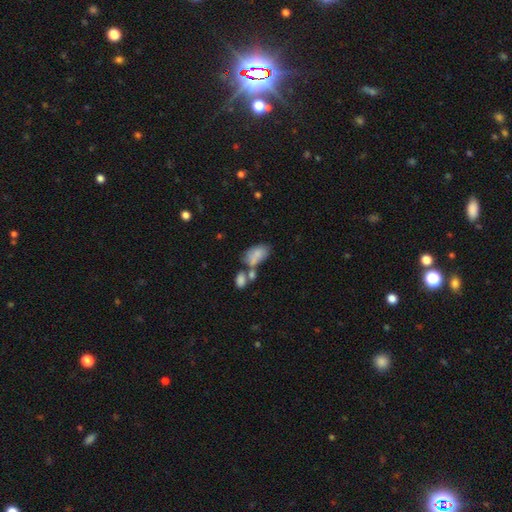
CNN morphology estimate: smooth_or_featured: smooth (p=0.75) [alt: featured or disk p=0.16]
how_rounded: in between (p=0.92) [alt: round p=0.06]
merging: merger (p=0.41) [alt: none p=0.32]